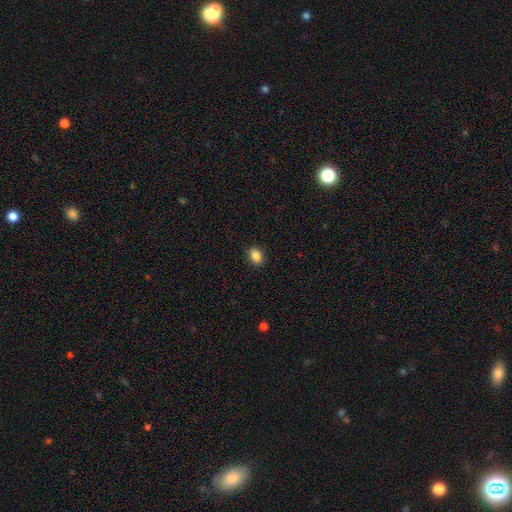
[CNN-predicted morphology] Smooth or featured: smooth — 87% (star or artifact — 9%)
How rounded: in between — 75% (round — 24%)
Merging: none — 89% (minor disturbance — 8%)